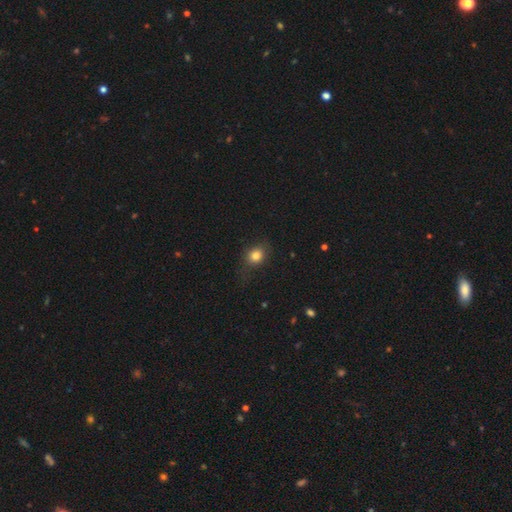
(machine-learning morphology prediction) This is clearly a smooth galaxy (81%). How rounded: likely round (61%). Merging: likely none (72%).